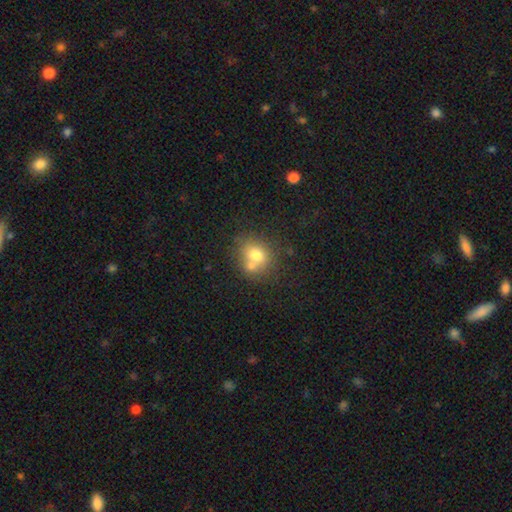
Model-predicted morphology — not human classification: smooth 71%, featured or disk 17%, star or artifact 11%. Down the decision tree: how rounded — round (66%); merging — none (45%).